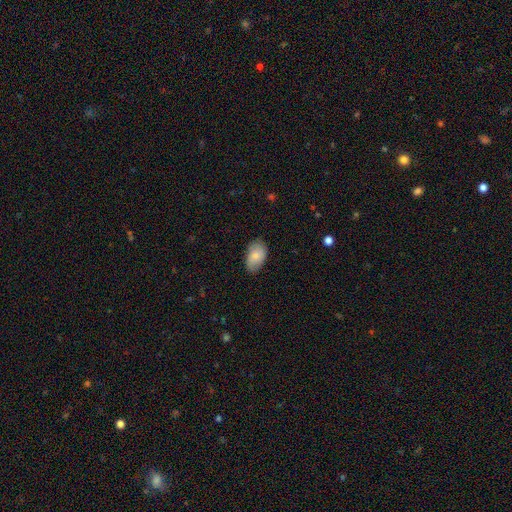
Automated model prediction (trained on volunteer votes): This is likely a smooth galaxy (76%). How rounded: clearly in between (93%). Merging: likely none (78%).